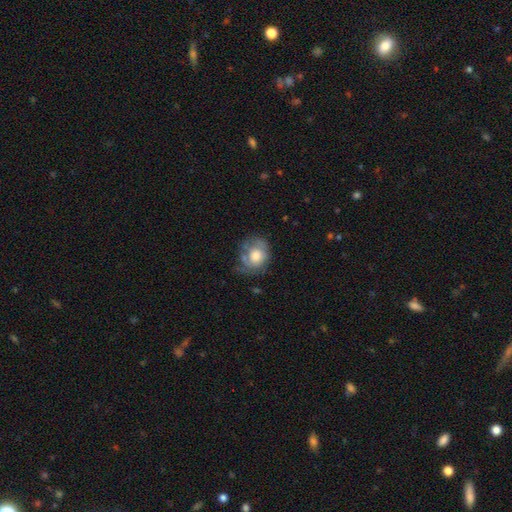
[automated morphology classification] This appears to be a smooth galaxy with no disk features (54%) that is round (68%). Merging: none (49%).